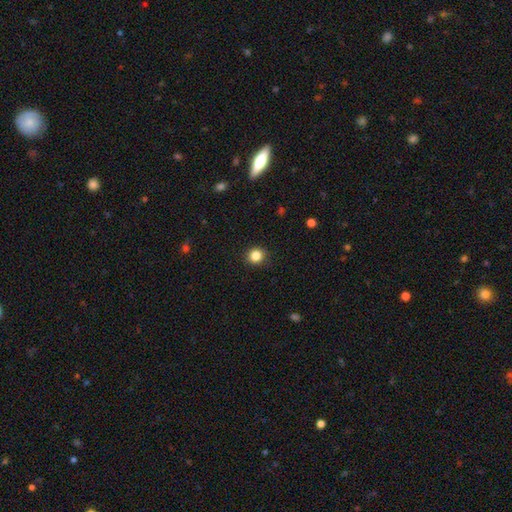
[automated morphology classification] Overall: smooth (84%). How rounded: round (91%). Merging: none (91%).